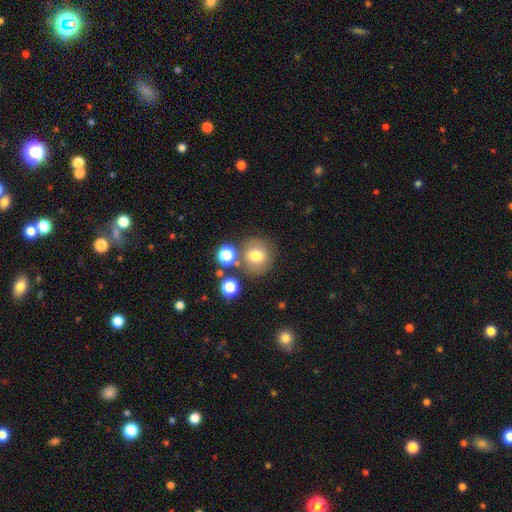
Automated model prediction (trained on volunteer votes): Smooth or featured: smooth — 73% (featured or disk — 15%)
How rounded: round — 86% (in between — 13%)
Merging: none — 71% (merger — 13%)